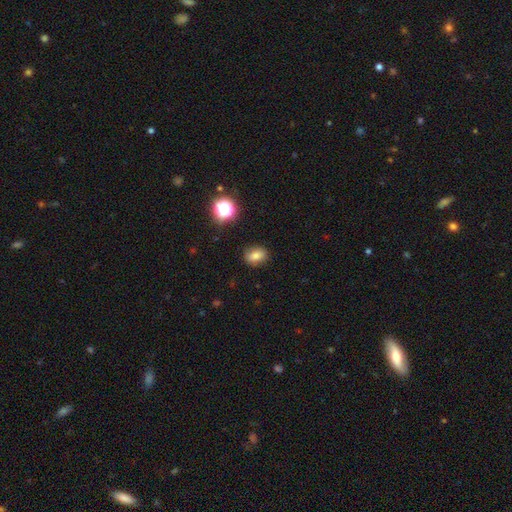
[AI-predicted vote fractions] Morphology: type=smooth (77%); roundness=in between (69%); merging=none (86%).